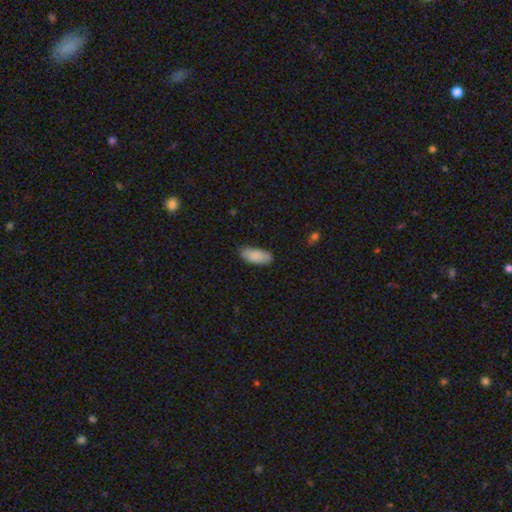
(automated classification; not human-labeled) smooth-or-featured: smooth: 85% | featured or disk: 9% | star or artifact: 6%
  how-rounded: in between: 88% | cigar-shaped: 11% | round: 2%
  merging: none: 75% | minor disturbance: 21% | major disturbance: 3% | merger: 1%